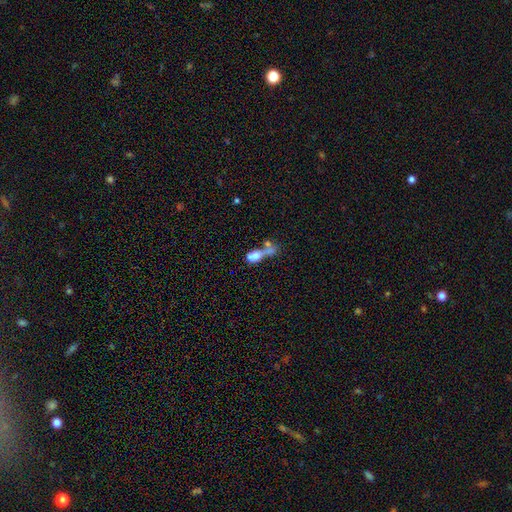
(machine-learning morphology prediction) The model was most divided on "smooth or featured": smooth: 58%, featured or disk: 31%, star or artifact: 12%. More confident: how rounded — in between (55%); merging — merger (54%).